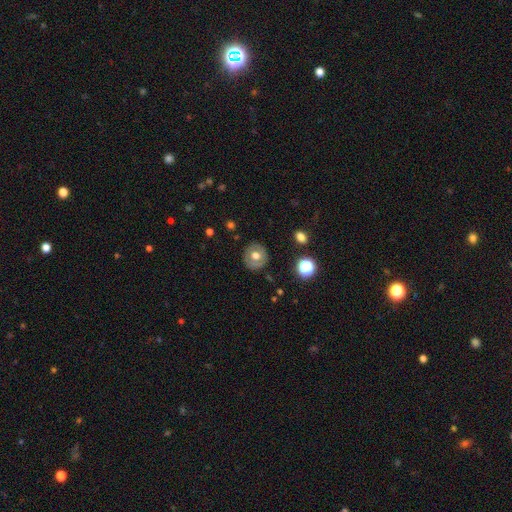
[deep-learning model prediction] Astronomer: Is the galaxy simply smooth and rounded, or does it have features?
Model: smooth — 56% (runner-up: featured or disk, 34%).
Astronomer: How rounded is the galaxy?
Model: round — 90%.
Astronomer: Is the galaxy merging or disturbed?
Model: none — 86%.